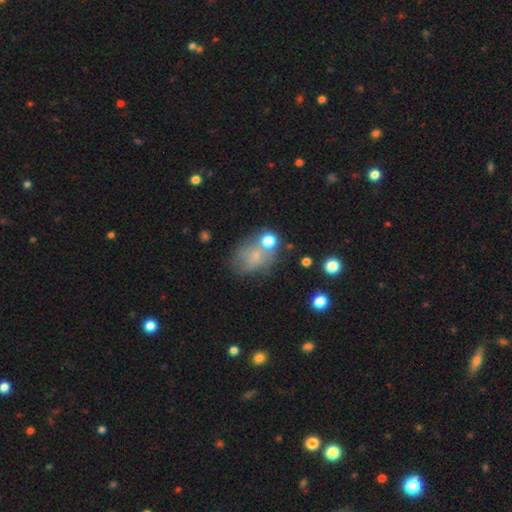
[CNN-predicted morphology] Smooth or featured: smooth — 58% (featured or disk — 26%)
How rounded: in between — 56% (round — 43%)
Merging: none — 45% (minor disturbance — 23%)